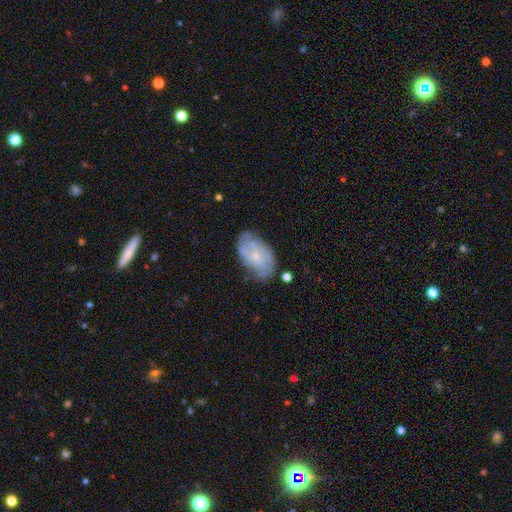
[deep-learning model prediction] smooth-or-featured: featured or disk: 62% | smooth: 30% | star or artifact: 8%
  disk-edge-on: no: 95% | yes: 5%
    bar: no: 72% | weak: 24% | strong: 4%
    has-spiral-arms: yes: 78% | no: 22%
    bulge-size: small: 73% | moderate: 22% | none: 3% | large: 1% | dominant: 1%
  merging: none: 64% | minor disturbance: 26% | major disturbance: 7% | merger: 2%